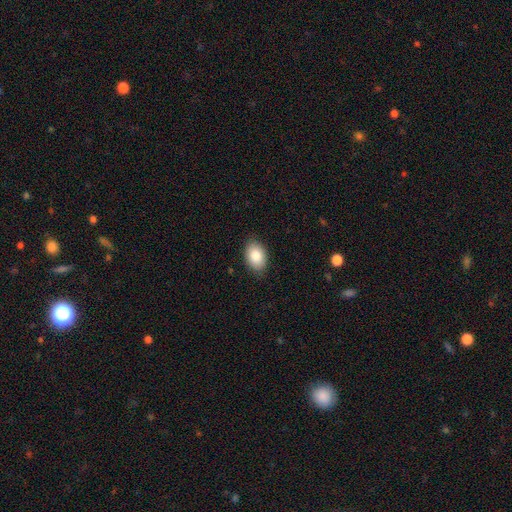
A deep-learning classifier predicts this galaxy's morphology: Smooth or featured?
  - smooth: 84% *
  - featured or disk: 8%
  - star or artifact: 7%
How rounded?
  - in between: 86% *
  - round: 12%
  - cigar-shaped: 1%
Merging?
  - none: 86% *
  - minor disturbance: 11%
  - major disturbance: 2%
  - merger: 1%